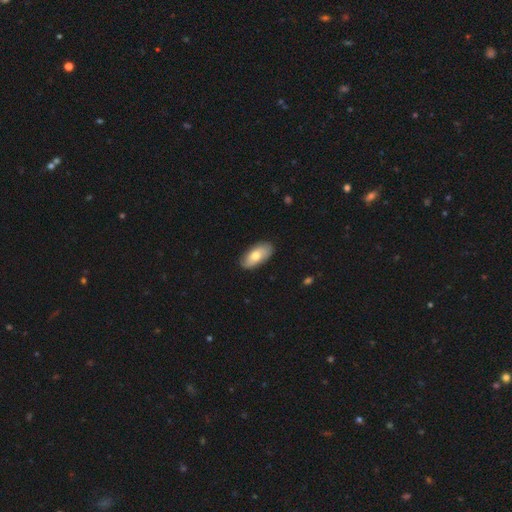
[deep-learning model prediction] Overall: smooth (72%). How rounded: in between (93%). Merging: none (84%).